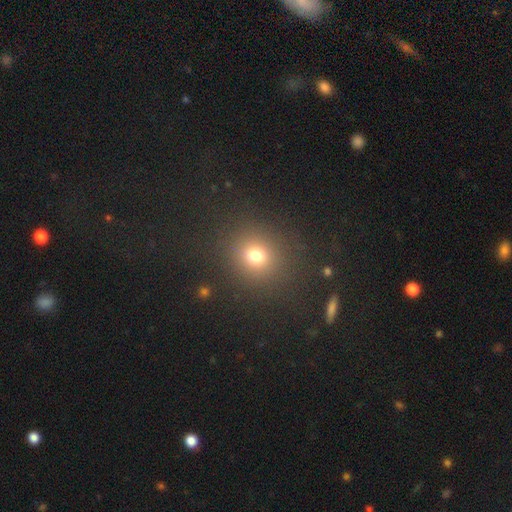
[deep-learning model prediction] Smooth or featured? smooth (74%)
How rounded? round (83%)
Merging? none (86%)